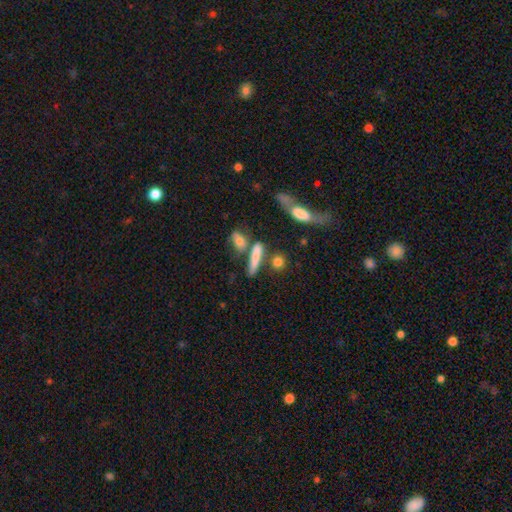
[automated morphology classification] smooth-or-featured: smooth: 70% | featured or disk: 21% | star or artifact: 9%
  how-rounded: cigar-shaped: 78% | in between: 16% | round: 5%
  merging: none: 58% | merger: 20% | minor disturbance: 14% | major disturbance: 8%